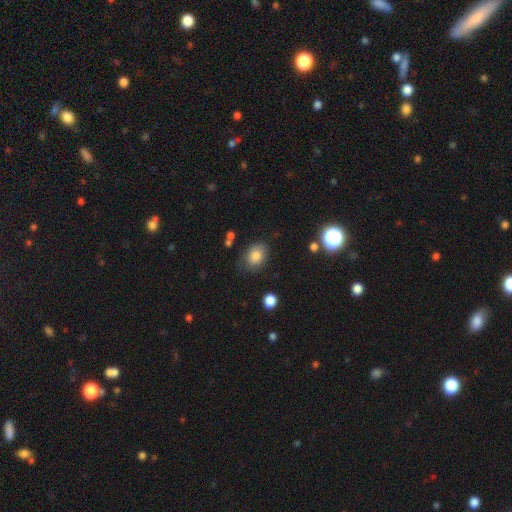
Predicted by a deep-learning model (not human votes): This is clearly a smooth galaxy (81%). How rounded: likely in between (69%). Merging: likely none (73%).